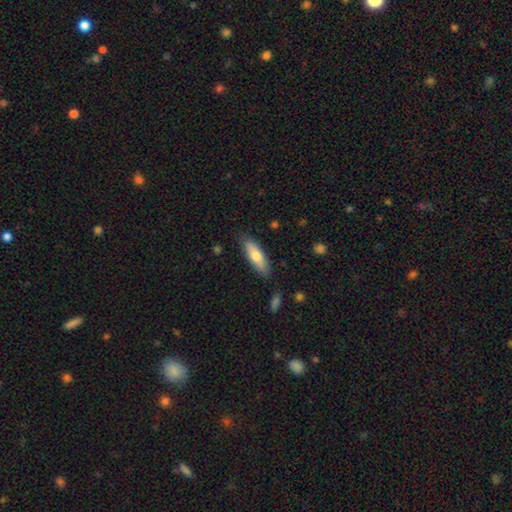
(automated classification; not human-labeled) smooth 71%, featured or disk 24%, star or artifact 6%. Down the decision tree: how rounded — in between (54%); merging — none (82%).